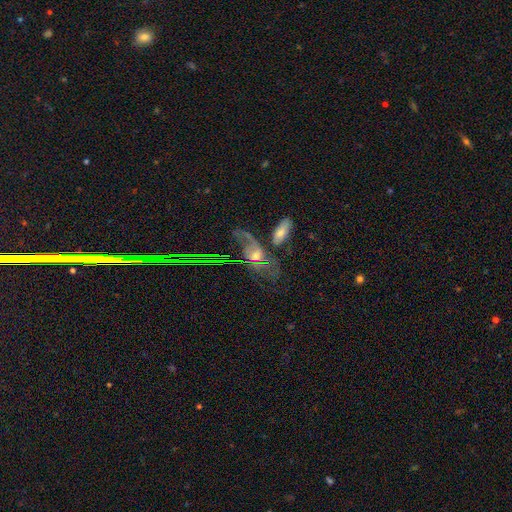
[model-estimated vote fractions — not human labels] Smooth or featured: featured or disk — 60% (star or artifact — 21%)
Edge-on disk: no — 85% (yes — 15%)
Bar: no — 56% (weak — 32%)
Spiral arms: yes — 73% (no — 27%)
Bulge size: moderate — 46% (small — 34%)
Merging: none — 40% (major disturbance — 24%)